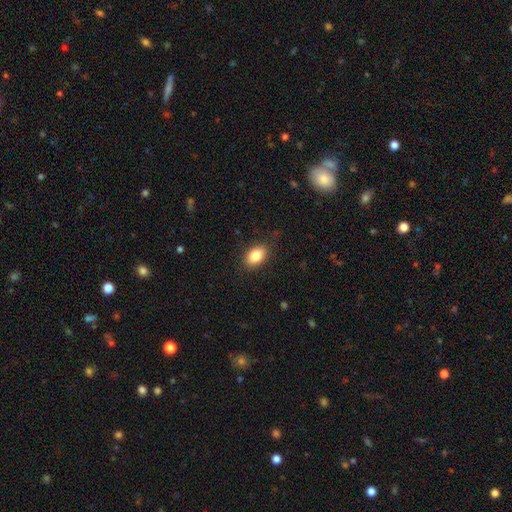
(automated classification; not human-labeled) Morphology: type=smooth (85%); roundness=in between (86%); merging=none (85%).